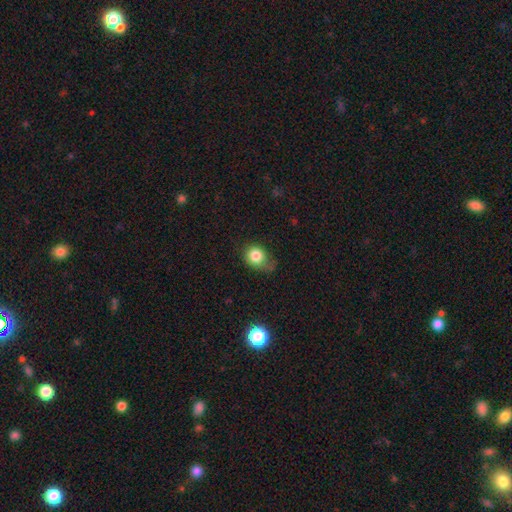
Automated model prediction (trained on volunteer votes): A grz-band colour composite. It shows a smooth galaxy with no disk features (82%) that is round (66%). Merging: none (49%).